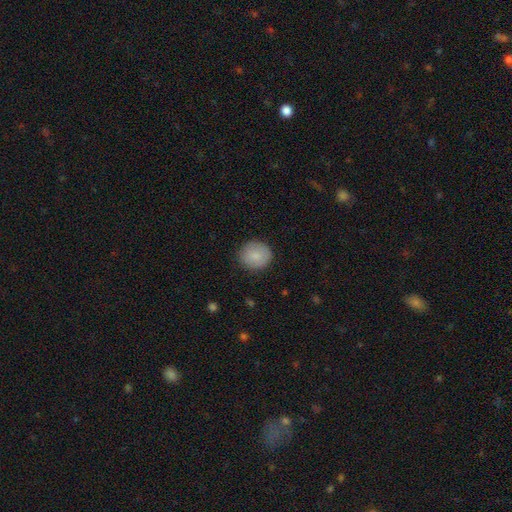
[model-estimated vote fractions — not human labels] This is clearly a smooth galaxy (85%). How rounded: clearly round (88%). Merging: clearly none (86%).